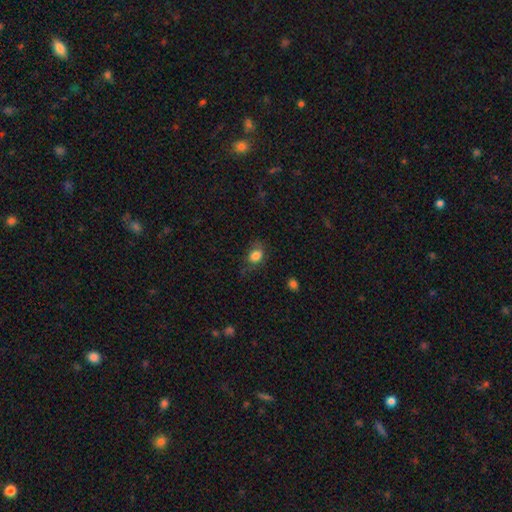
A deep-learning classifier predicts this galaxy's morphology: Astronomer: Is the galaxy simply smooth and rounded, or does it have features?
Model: smooth — 82%.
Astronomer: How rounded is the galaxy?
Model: in between — 63%.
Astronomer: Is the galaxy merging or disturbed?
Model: none — 59%.